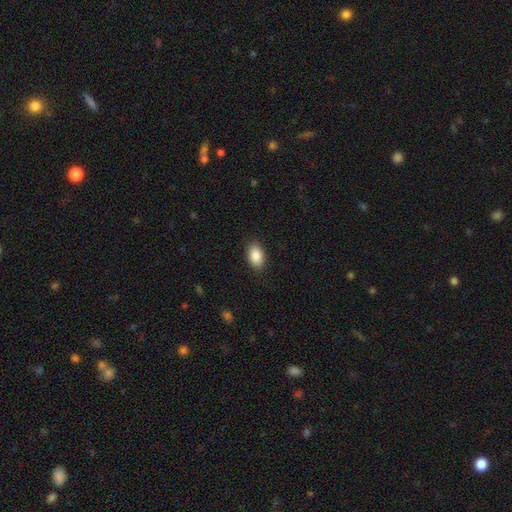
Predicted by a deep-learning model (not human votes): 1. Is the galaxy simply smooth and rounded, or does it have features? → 88% smooth, 7% star or artifact, 4% featured or disk.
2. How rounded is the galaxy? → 91% in between, 7% round, 2% cigar-shaped.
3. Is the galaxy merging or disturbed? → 88% none, 9% minor disturbance, 2% major disturbance, 1% merger.